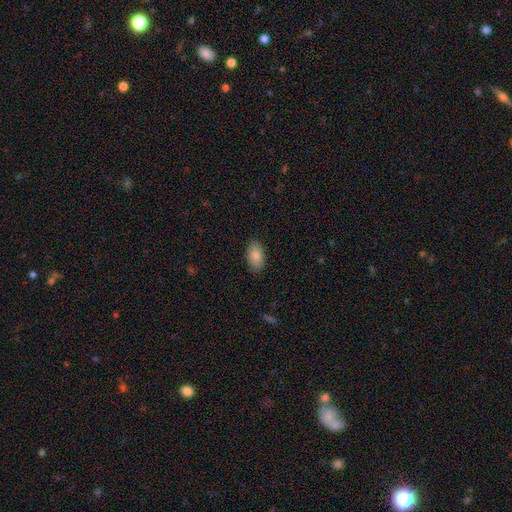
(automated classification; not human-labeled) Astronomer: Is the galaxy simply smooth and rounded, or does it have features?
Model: smooth — 84%.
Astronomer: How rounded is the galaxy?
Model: in between — 94%.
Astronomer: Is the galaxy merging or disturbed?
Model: none — 88%.